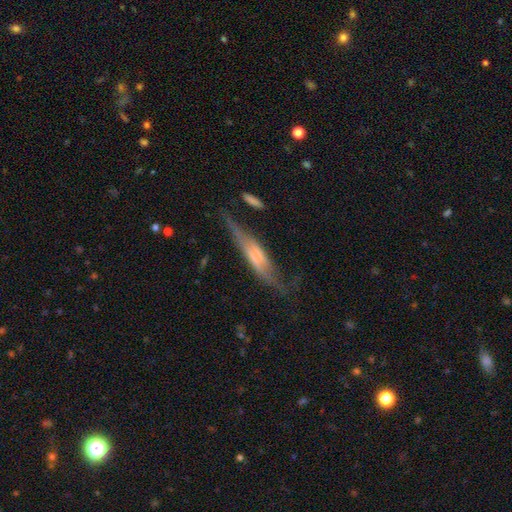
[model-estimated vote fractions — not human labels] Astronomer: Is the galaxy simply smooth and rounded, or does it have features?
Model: featured or disk — 68%.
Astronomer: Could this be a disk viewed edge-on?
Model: yes — 78%.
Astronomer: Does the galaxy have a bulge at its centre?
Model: boxy — 40% (runner-up: rounded, 33%).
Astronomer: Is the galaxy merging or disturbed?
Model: none — 51% (runner-up: minor disturbance, 26%).